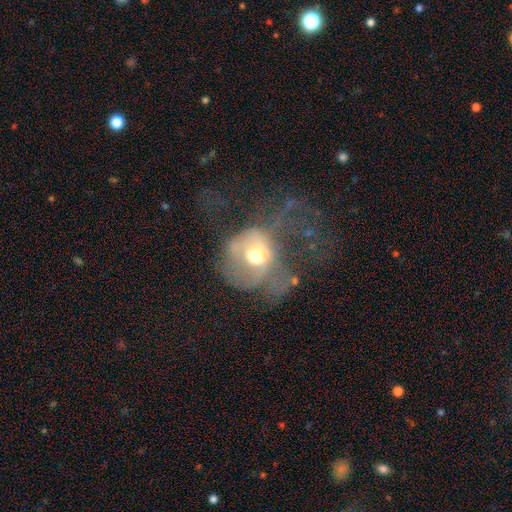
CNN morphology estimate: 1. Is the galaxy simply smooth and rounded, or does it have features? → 46% smooth, 41% featured or disk, 14% star or artifact.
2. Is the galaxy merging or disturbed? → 59% major disturbance, 20% none, 16% minor disturbance, 5% merger.